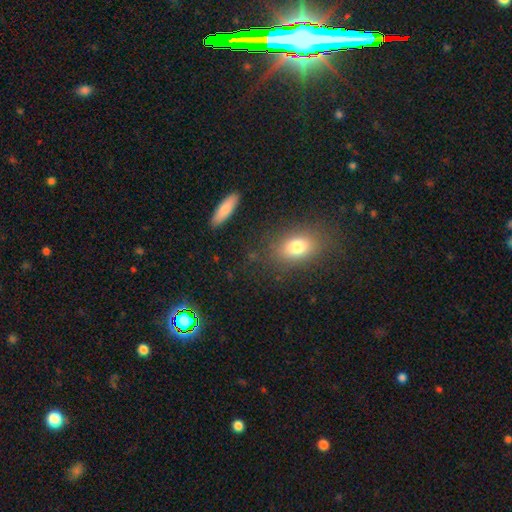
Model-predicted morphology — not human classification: Smooth or featured?
  - smooth: 60% *
  - star or artifact: 28%
  - featured or disk: 12%
How rounded?
  - in between: 70% *
  - round: 26%
  - cigar-shaped: 4%
Merging?
  - none: 86% *
  - minor disturbance: 9%
  - major disturbance: 3%
  - merger: 2%